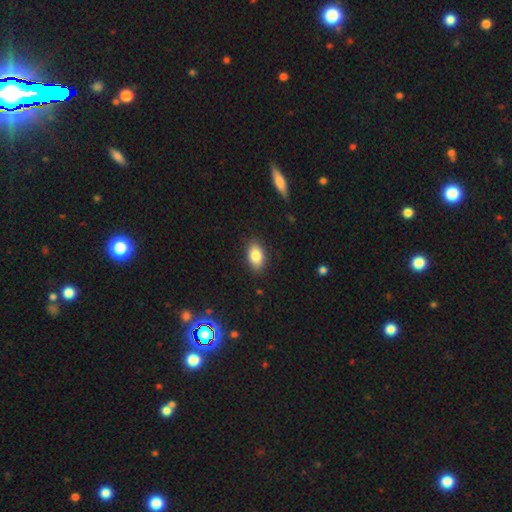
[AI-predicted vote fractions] Smooth or featured? smooth (83%)
How rounded? in between (90%)
Merging? none (87%)